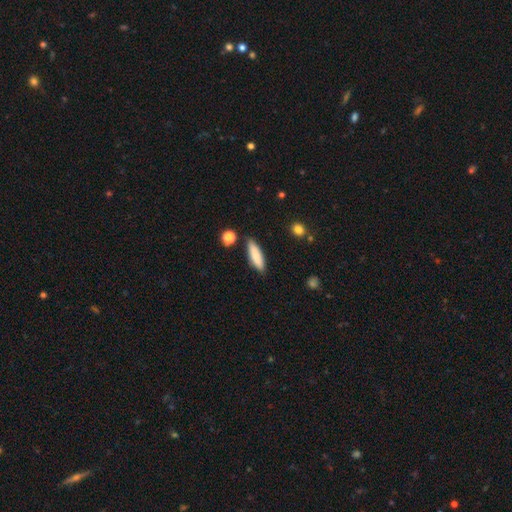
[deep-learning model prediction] Q: Smooth or featured?
A: smooth (82%); runner-up: featured or disk (12%)
Q: How rounded?
A: cigar-shaped (58%); runner-up: in between (40%)
Q: Merging?
A: none (84%); runner-up: minor disturbance (11%)